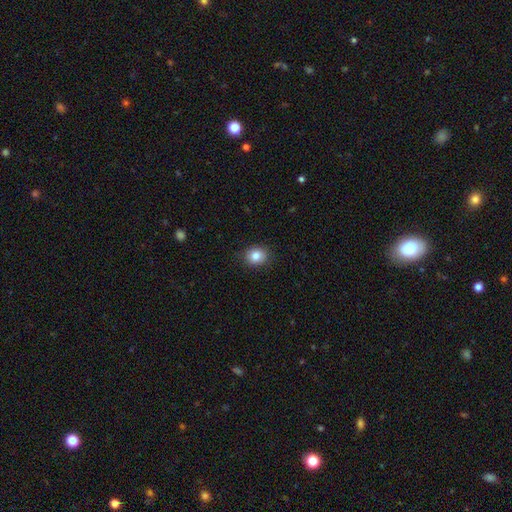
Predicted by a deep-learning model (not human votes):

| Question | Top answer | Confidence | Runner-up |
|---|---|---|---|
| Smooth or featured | smooth | 83% | star or artifact (10%) |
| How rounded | round | 69% | in between (30%) |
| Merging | none | 89% | minor disturbance (8%) |